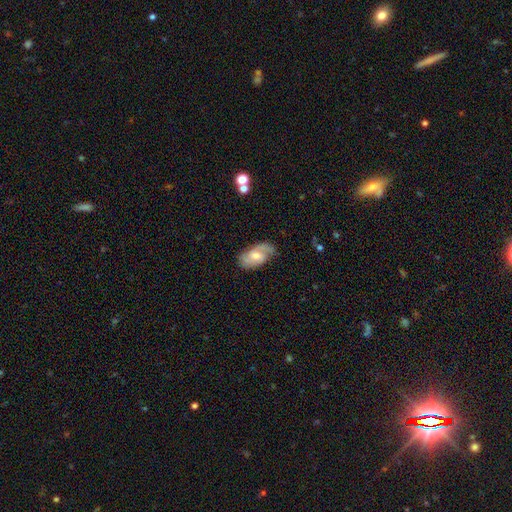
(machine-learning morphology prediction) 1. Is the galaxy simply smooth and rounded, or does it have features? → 70% featured or disk, 23% smooth, 7% star or artifact.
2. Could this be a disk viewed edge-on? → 95% no, 5% yes.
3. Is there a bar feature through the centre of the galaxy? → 47% weak, 42% no, 11% strong.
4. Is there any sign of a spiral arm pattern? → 91% yes, 9% no.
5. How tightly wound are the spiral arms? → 45% medium, 34% tight, 21% loose.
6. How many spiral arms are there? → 75% 2, 12% can't tell, 8% 1, 3% 3, 1% 4, 1% more than 4.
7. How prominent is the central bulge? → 58% moderate, 32% small, 5% large, 4% none, 1% dominant.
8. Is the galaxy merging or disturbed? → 72% none, 20% minor disturbance, 6% major disturbance, 2% merger.